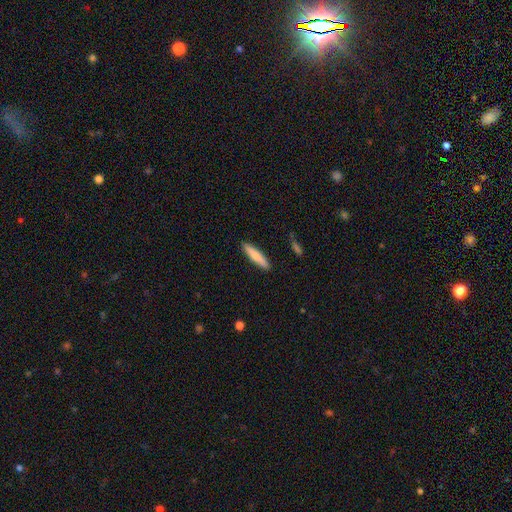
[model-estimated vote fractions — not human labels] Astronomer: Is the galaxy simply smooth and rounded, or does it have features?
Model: smooth — 77%.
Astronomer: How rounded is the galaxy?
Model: cigar-shaped — 85%.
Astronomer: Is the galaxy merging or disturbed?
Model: none — 89%.